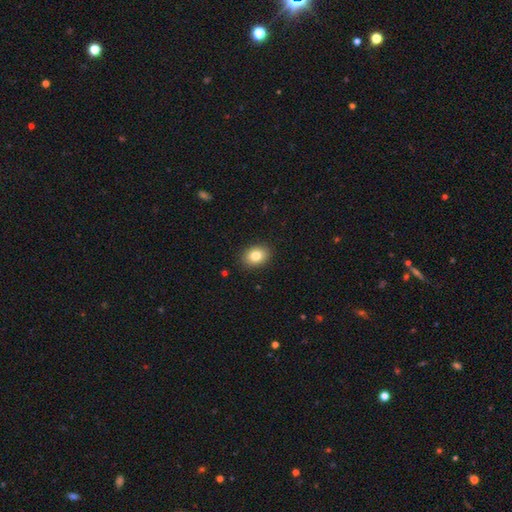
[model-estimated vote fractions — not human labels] A smooth galaxy with no disk features (82%) that is in between round and cigar-shaped (68%). Merging: none (89%).